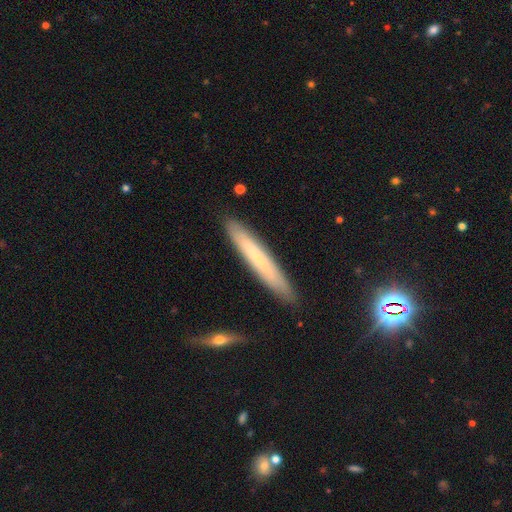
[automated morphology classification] smooth_or_featured: smooth (p=0.62) [alt: featured or disk p=0.31]
how_rounded: cigar-shaped (p=0.95) [alt: in between p=0.04]
merging: none (p=0.89) [alt: minor disturbance p=0.08]